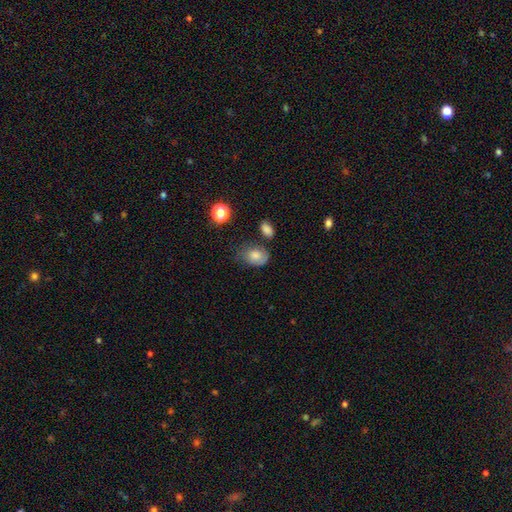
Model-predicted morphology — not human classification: Smooth or featured: smooth — 74% (featured or disk — 16%)
How rounded: in between — 70% (round — 29%)
Merging: none — 51% (minor disturbance — 30%)